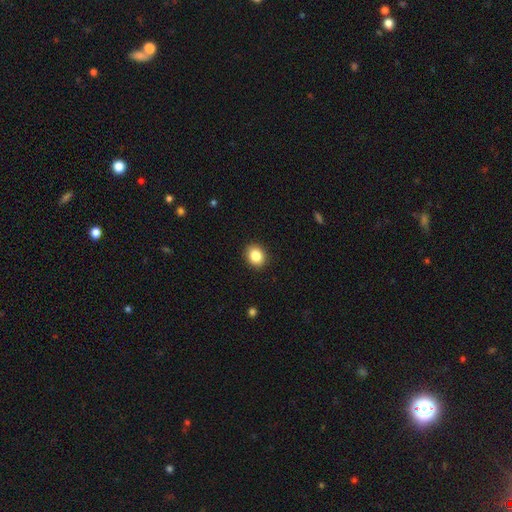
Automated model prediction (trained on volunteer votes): Smooth or featured?
  - smooth: 85% *
  - star or artifact: 9%
  - featured or disk: 6%
How rounded?
  - round: 60% *
  - in between: 39%
  - cigar-shaped: 1%
Merging?
  - none: 91% *
  - minor disturbance: 6%
  - major disturbance: 2%
  - merger: 1%